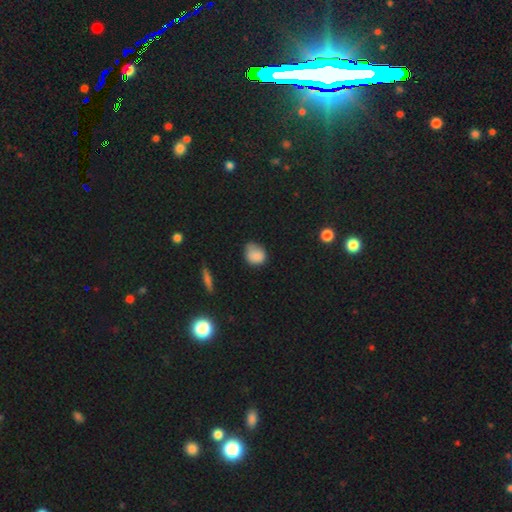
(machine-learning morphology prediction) smooth-or-featured: smooth: 83% | star or artifact: 10% | featured or disk: 7%
  how-rounded: round: 64% | in between: 35% | cigar-shaped: 1%
  merging: none: 55% | minor disturbance: 35% | major disturbance: 8% | merger: 3%